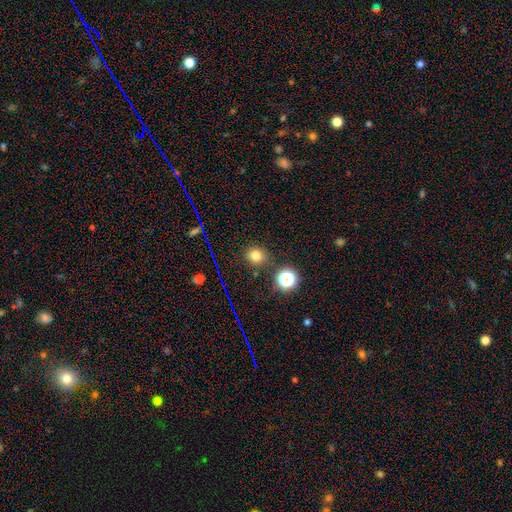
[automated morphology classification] smooth 72%, star or artifact 21%, featured or disk 7%. Down the decision tree: how rounded — round (82%); merging — none (85%).